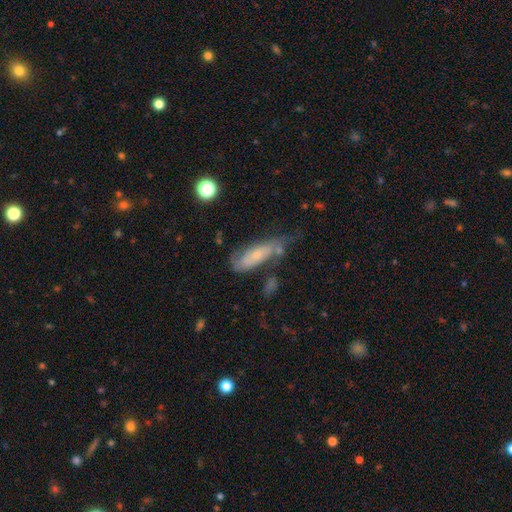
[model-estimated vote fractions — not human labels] The model was most divided on "smooth or featured": featured or disk: 49%, smooth: 42%, star or artifact: 9%. Remaining: merging — none (42%).